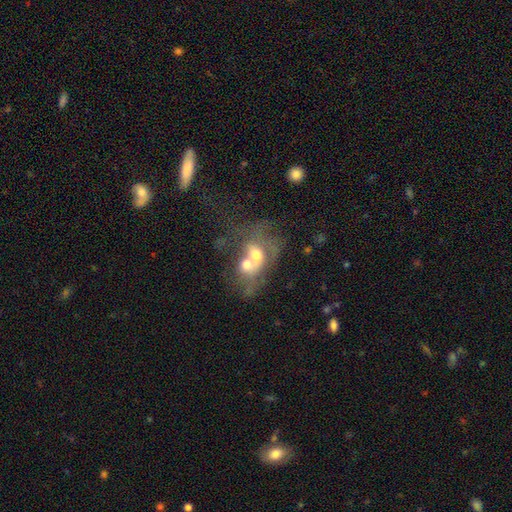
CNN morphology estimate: Smooth or featured: smooth — 45% (featured or disk — 43%)
Merging: merger — 75% (major disturbance — 10%)